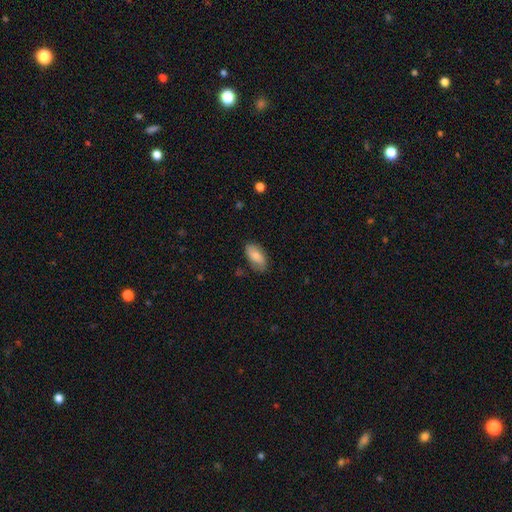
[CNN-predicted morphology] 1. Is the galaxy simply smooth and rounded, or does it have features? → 75% smooth, 19% featured or disk, 6% star or artifact.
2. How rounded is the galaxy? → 92% in between, 4% cigar-shaped, 3% round.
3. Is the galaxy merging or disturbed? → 77% none, 18% minor disturbance, 3% major disturbance, 2% merger.